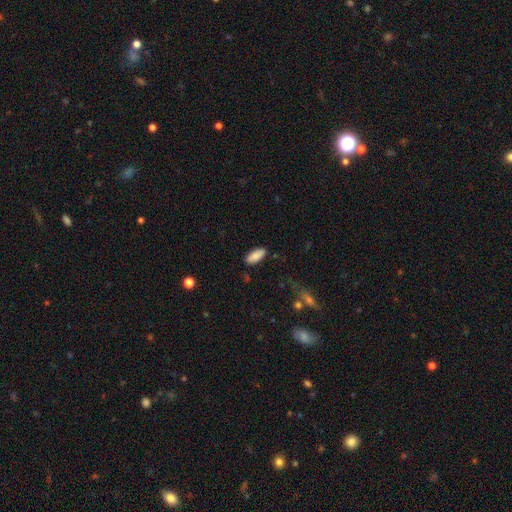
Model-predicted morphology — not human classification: Q: Smooth or featured?
A: smooth (86%); runner-up: featured or disk (8%)
Q: How rounded?
A: in between (83%); runner-up: cigar-shaped (15%)
Q: Merging?
A: none (85%); runner-up: minor disturbance (11%)